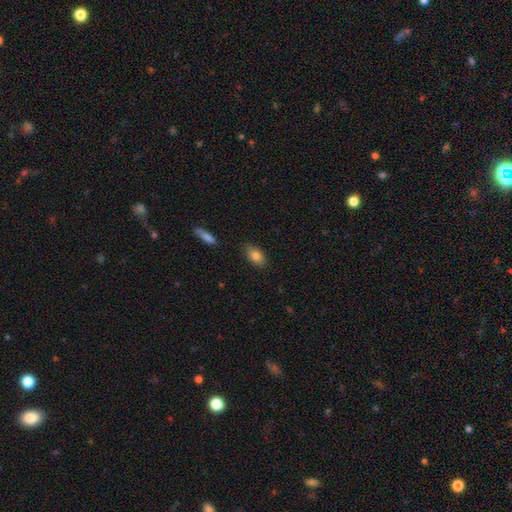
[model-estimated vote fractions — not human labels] Smooth or featured?
  - smooth: 83% *
  - featured or disk: 9%
  - star or artifact: 8%
How rounded?
  - in between: 89% *
  - round: 6%
  - cigar-shaped: 4%
Merging?
  - none: 84% *
  - minor disturbance: 11%
  - major disturbance: 2%
  - merger: 2%